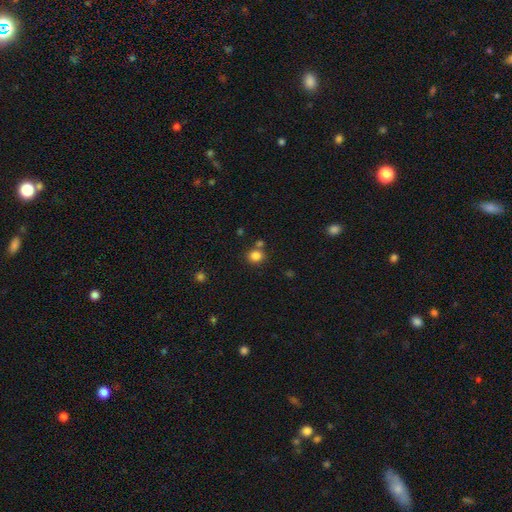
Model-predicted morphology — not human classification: Smooth or featured: smooth — 83% (star or artifact — 12%)
How rounded: round — 81% (in between — 18%)
Merging: none — 72% (merger — 15%)